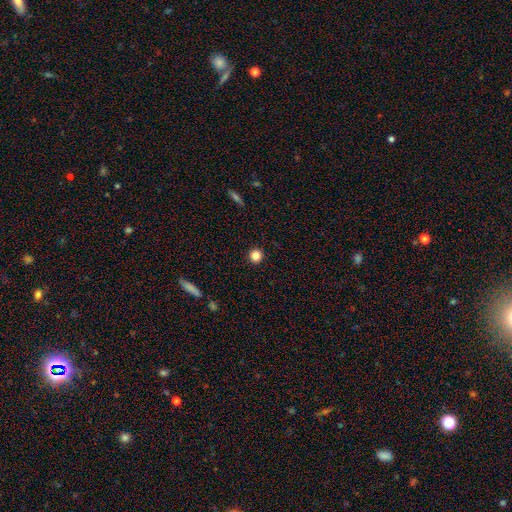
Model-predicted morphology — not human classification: Q: Smooth or featured?
A: smooth (84%); runner-up: star or artifact (11%)
Q: How rounded?
A: round (95%); runner-up: in between (4%)
Q: Merging?
A: none (93%); runner-up: minor disturbance (5%)